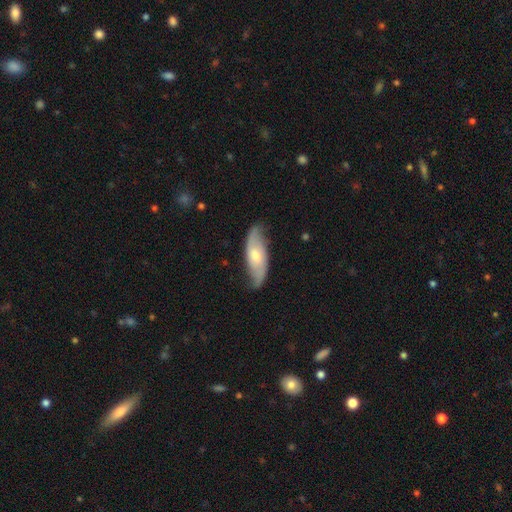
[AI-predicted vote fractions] featured or disk 57%, smooth 38%, star or artifact 6%. Down the decision tree: edge-on disk — no (81%); merging — none (71%).